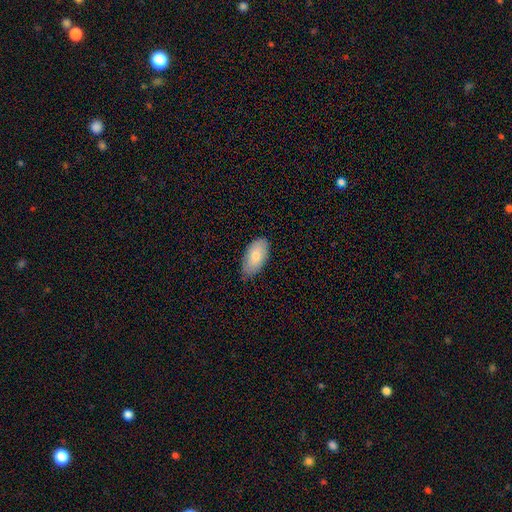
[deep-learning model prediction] Q: Smooth or featured?
A: smooth (78%); runner-up: featured or disk (17%)
Q: How rounded?
A: in between (95%); runner-up: round (3%)
Q: Merging?
A: none (81%); runner-up: minor disturbance (15%)